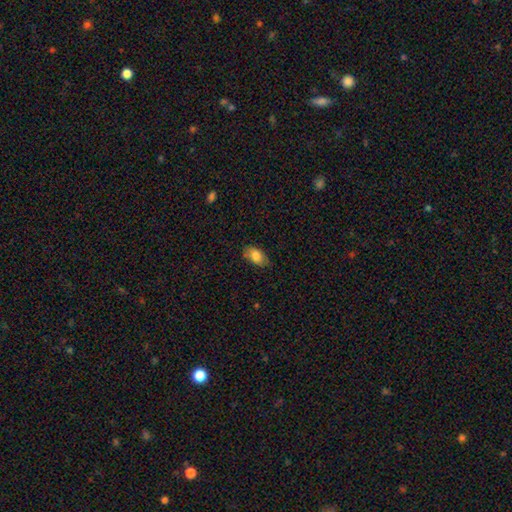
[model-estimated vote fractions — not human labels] This is clearly a smooth galaxy (82%). How rounded: clearly in between (91%). Merging: likely none (75%).